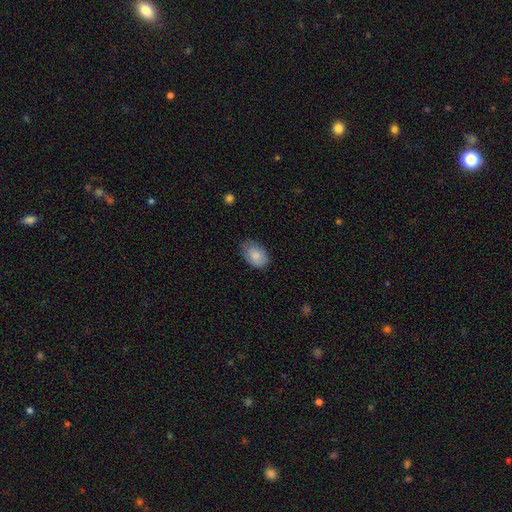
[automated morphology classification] Overall: smooth (86%). How rounded: in between (88%). Merging: none (71%).